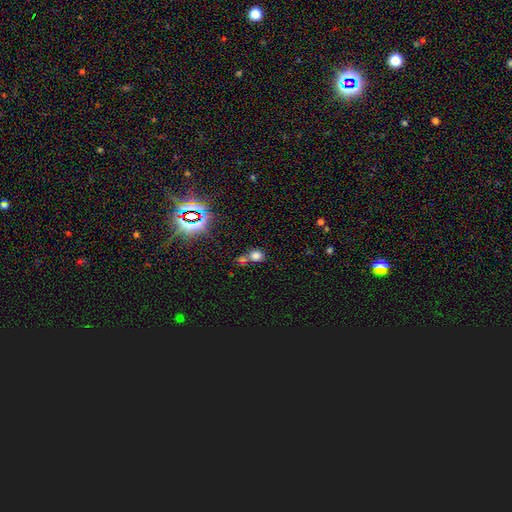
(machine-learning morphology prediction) Smooth or featured: smooth — 72% (star or artifact — 20%)
How rounded: round — 75% (in between — 24%)
Merging: none — 47% (merger — 38%)